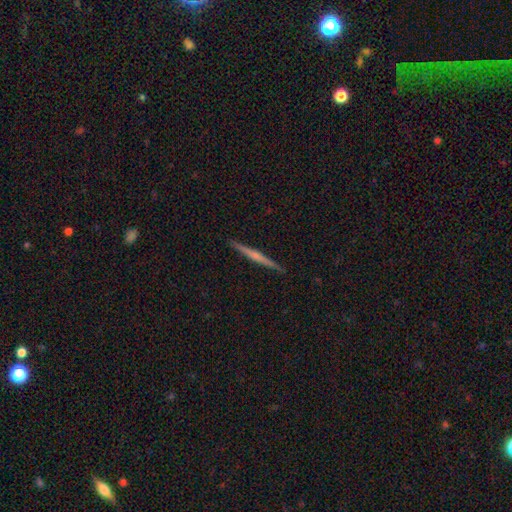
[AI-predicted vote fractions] The model was most divided on "edge-on bulge": none: 51%, rounded: 39%, boxy: 10%. More confident: edge-on disk — yes (98%); merging — none (92%); smooth or featured — featured or disk (61%).